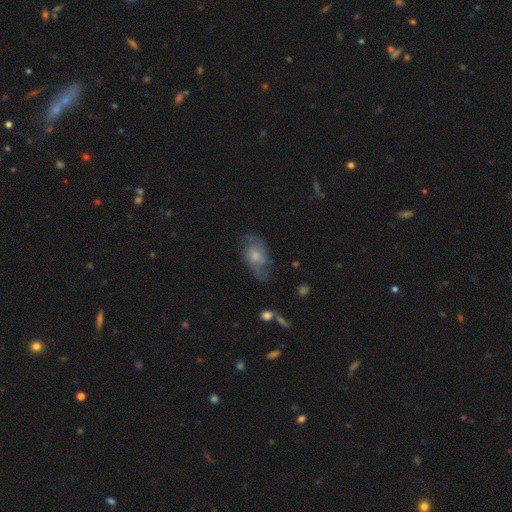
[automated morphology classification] Overall: featured or disk (63%; smooth 29%). Edge-on disk: no (95%). Bar: no (69%). Spiral arms: yes (86%). Spiral arm count: 2 (74%). Spiral winding: medium (44%; loose 37%). Bulge size: moderate (48%; small 35%). Merging: none (61%; minor disturbance 24%).